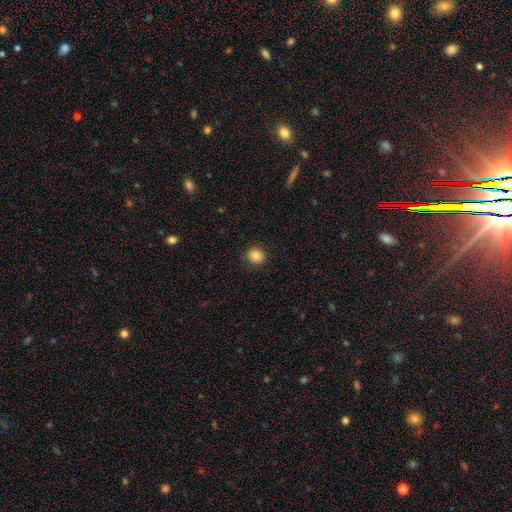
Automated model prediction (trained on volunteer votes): The model was most divided on "how rounded": round: 82%, in between: 17%, cigar-shaped: 1%. More confident: merging — none (88%); smooth or featured — smooth (83%).